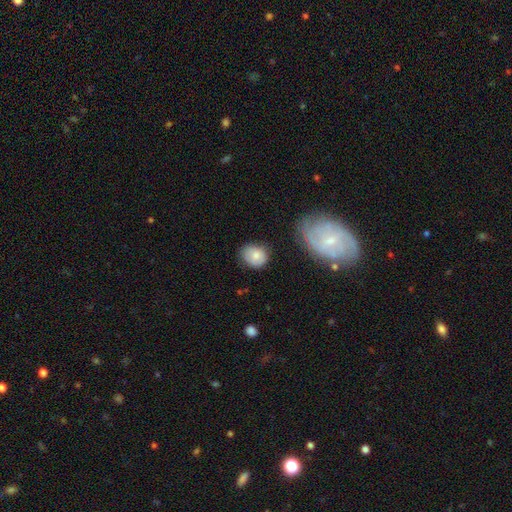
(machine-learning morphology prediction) This appears to be a smooth galaxy with no disk features (78%) that is round (65%). Merging: none (68%).